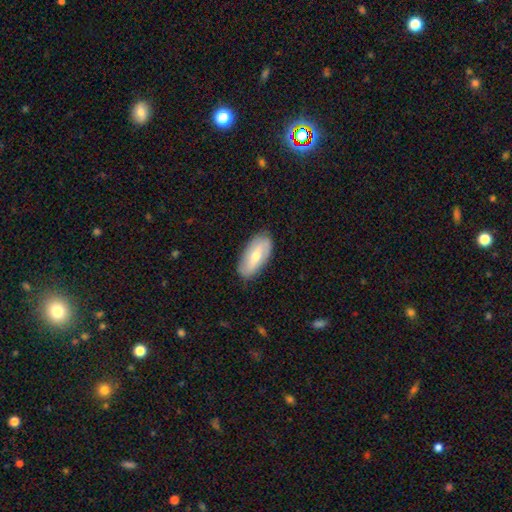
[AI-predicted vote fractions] A smooth galaxy with no disk features (49%).

Vote fractions:
- Smooth or featured? smooth: 49% / featured or disk: 45% / star or artifact: 6%
- Merging? none: 84% / minor disturbance: 12% / major disturbance: 3% / merger: 1%